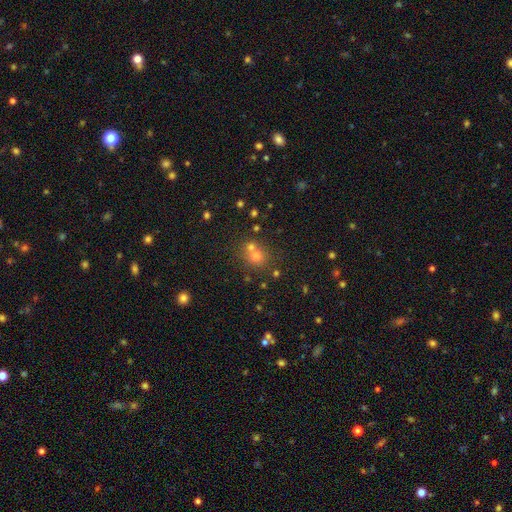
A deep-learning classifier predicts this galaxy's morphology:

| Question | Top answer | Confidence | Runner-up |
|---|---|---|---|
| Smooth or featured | smooth | 64% | star or artifact (23%) |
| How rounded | round | 82% | in between (17%) |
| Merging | none | 53% | merger (37%) |